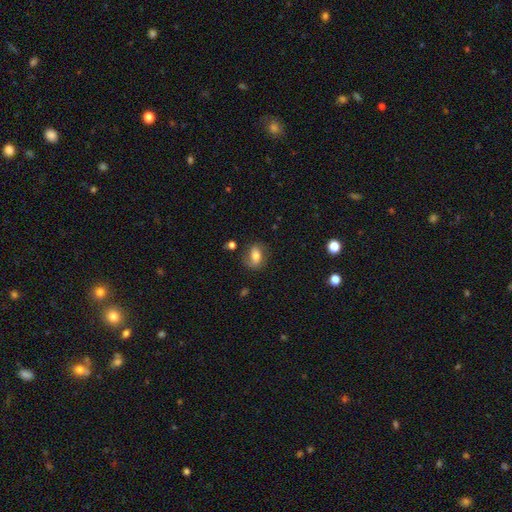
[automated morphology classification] A smooth galaxy with no disk features (65%) that is in between round and cigar-shaped (75%).

Vote fractions:
- Smooth or featured? smooth: 65% / featured or disk: 25% / star or artifact: 10%
- How rounded? in between: 75% / round: 22% / cigar-shaped: 3%
- Merging? none: 69% / minor disturbance: 20% / major disturbance: 8% / merger: 3%